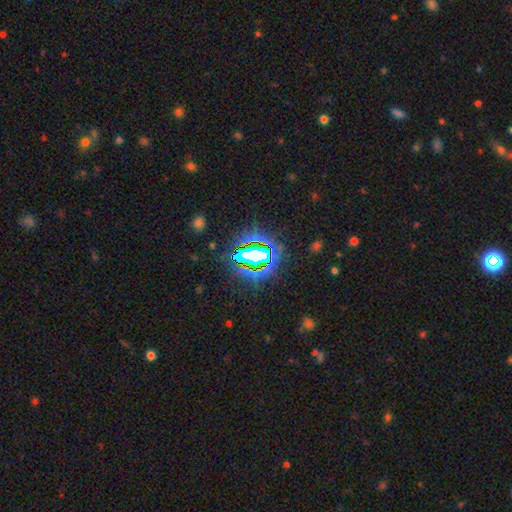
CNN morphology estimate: smooth-or-featured: star or artifact: 71% | smooth: 16% | featured or disk: 12%